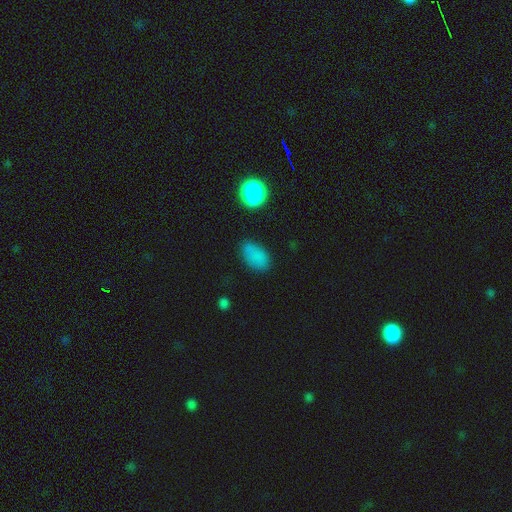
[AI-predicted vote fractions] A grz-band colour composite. It shows a smooth galaxy with no disk features (79%) that is in between round and cigar-shaped (90%). Merging: none (72%).